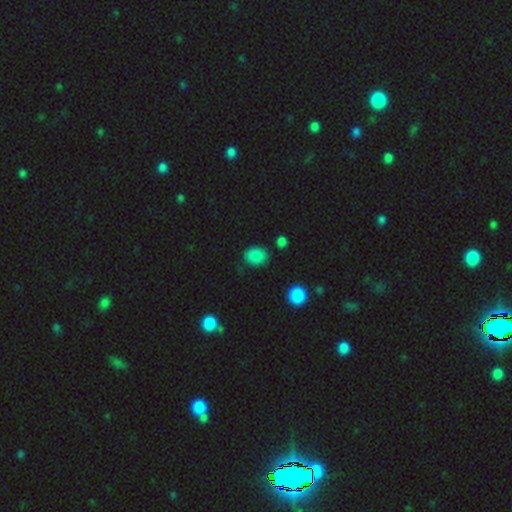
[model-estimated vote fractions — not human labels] smooth_or_featured: smooth (p=0.85) [alt: star or artifact p=0.11]
how_rounded: in between (p=0.54) [alt: round p=0.45]
merging: none (p=0.78) [alt: minor disturbance p=0.15]